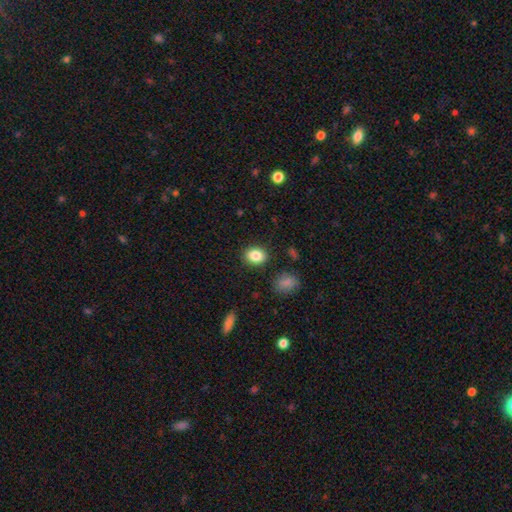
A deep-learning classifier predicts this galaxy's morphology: A smooth galaxy with no disk features (85%) that is in between round and cigar-shaped (56%).

Vote fractions:
- Smooth or featured? smooth: 85% / star or artifact: 9% / featured or disk: 6%
- How rounded? in between: 56% / round: 43% / cigar-shaped: 1%
- Merging? none: 88% / minor disturbance: 8% / major disturbance: 2% / merger: 2%